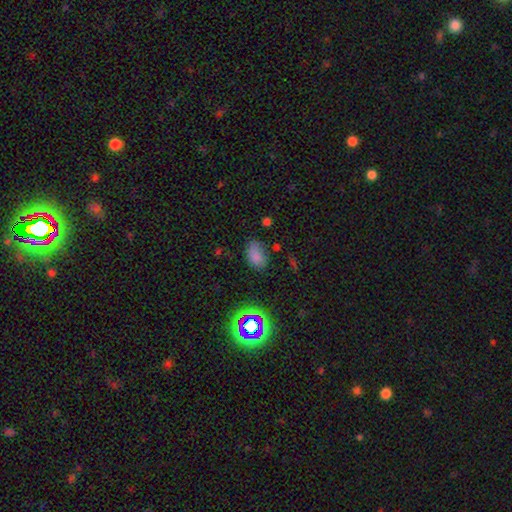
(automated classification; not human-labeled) Overall: smooth (74%). How rounded: in between (87%). Merging: none (60%; minor disturbance 26%).